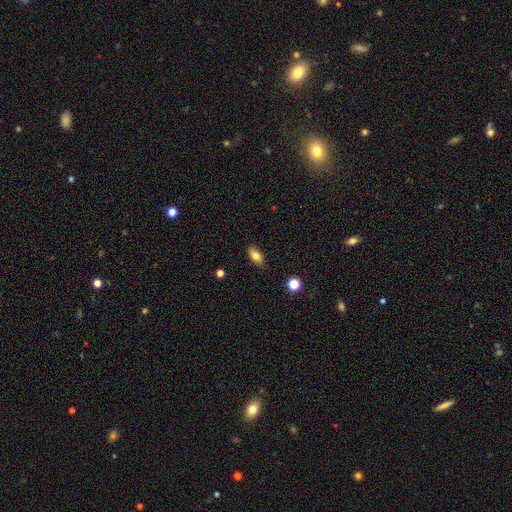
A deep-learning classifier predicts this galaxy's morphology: This appears to be a smooth galaxy with no disk features (80%) that is in between round and cigar-shaped (86%). Merging: none (87%).